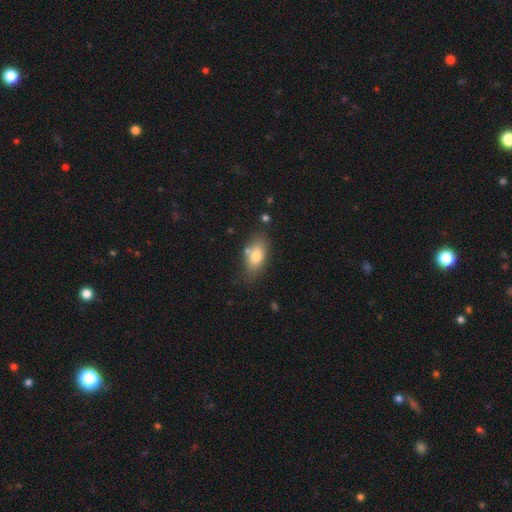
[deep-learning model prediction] Smooth or featured: smooth — 77% (featured or disk — 16%)
How rounded: in between — 88% (cigar-shaped — 7%)
Merging: none — 72% (minor disturbance — 16%)